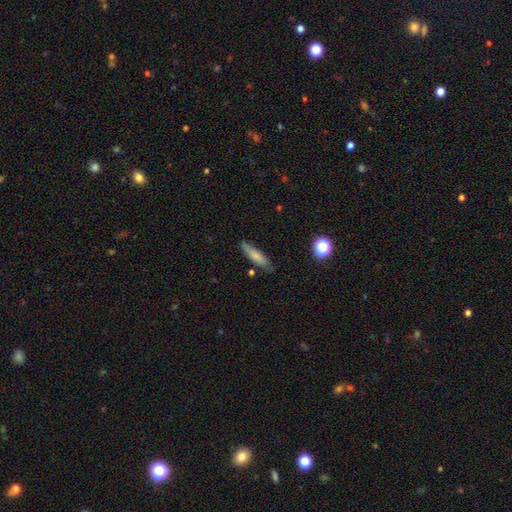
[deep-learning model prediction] Smooth or featured? smooth (72%)
How rounded? cigar-shaped (72%)
Merging? none (76%)